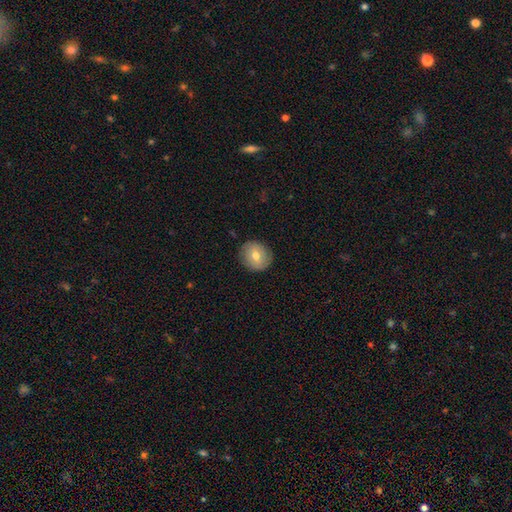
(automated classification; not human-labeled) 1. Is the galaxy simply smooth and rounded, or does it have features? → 69% smooth, 23% featured or disk, 8% star or artifact.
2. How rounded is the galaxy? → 82% round, 17% in between, 1% cigar-shaped.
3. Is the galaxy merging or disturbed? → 87% none, 10% minor disturbance, 2% major disturbance, 1% merger.